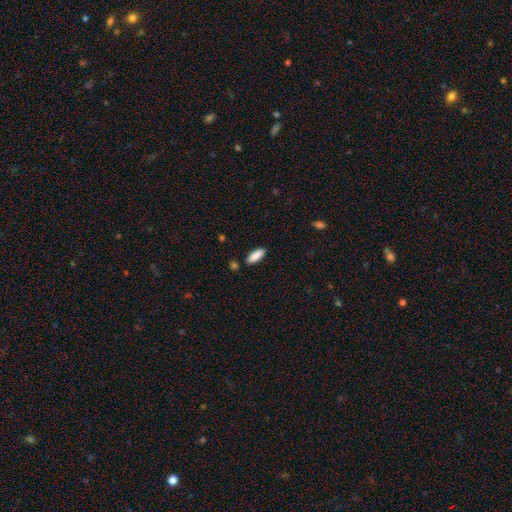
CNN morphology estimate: The model was most divided on "how rounded": in between: 71%, cigar-shaped: 28%, round: 2%. More confident: smooth or featured — smooth (88%); merging — none (86%).